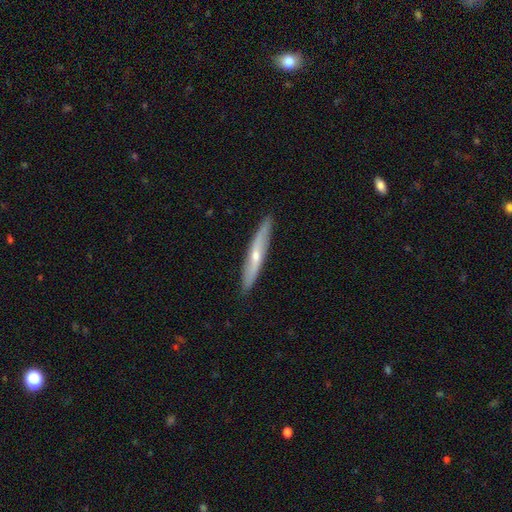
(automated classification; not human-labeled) Overall: featured or disk (62%; smooth 32%). Edge-on disk: yes (80%). Merging: none (87%).